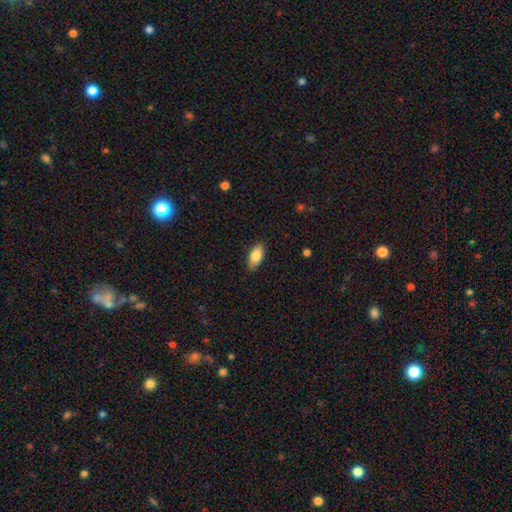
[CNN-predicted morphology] Q: Smooth or featured?
A: smooth (83%); runner-up: featured or disk (11%)
Q: How rounded?
A: in between (90%); runner-up: cigar-shaped (7%)
Q: Merging?
A: none (87%); runner-up: minor disturbance (10%)